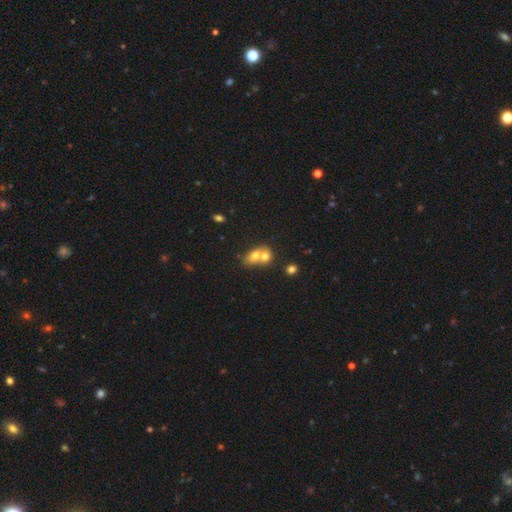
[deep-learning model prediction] A smooth galaxy with no disk features (68%) that is in between round and cigar-shaped (63%).

Vote fractions:
- Smooth or featured? smooth: 68% / featured or disk: 21% / star or artifact: 10%
- How rounded? in between: 63% / round: 35% / cigar-shaped: 2%
- Merging? merger: 72% / none: 20% / minor disturbance: 6% / major disturbance: 3%